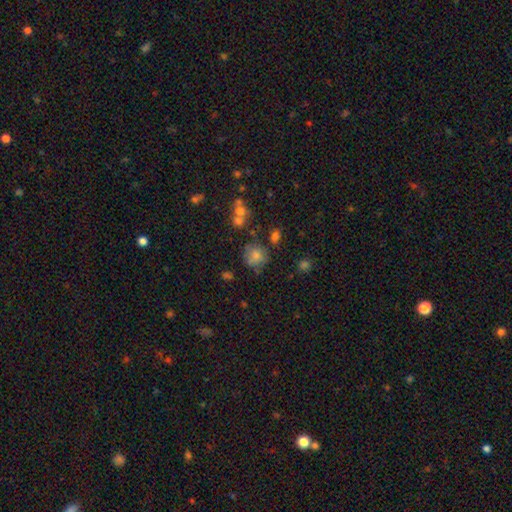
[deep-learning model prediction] smooth 73%, featured or disk 14%, star or artifact 13%. Down the decision tree: how rounded — round (78%); merging — none (62%).